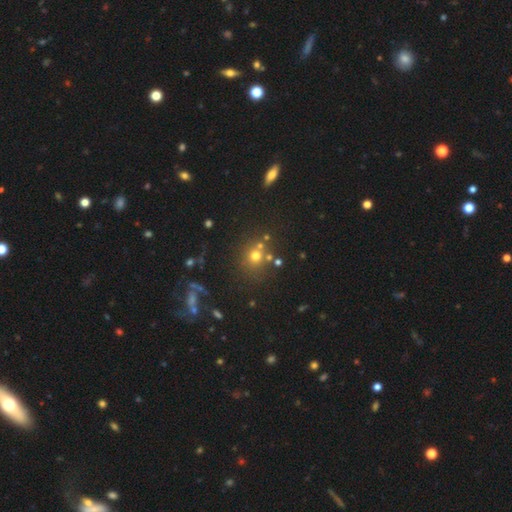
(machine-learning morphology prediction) Smooth or featured? smooth (66%)
How rounded? round (86%)
Merging? none (71%)